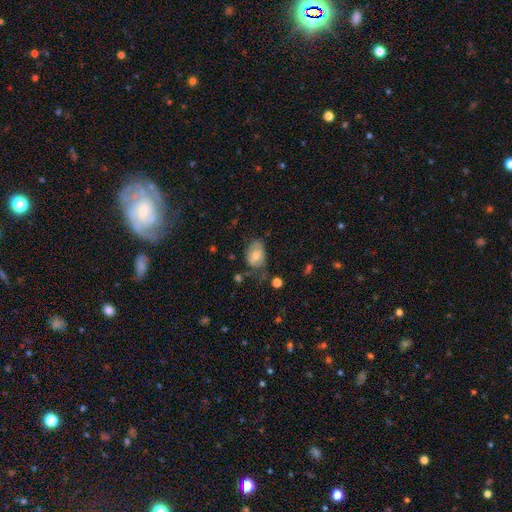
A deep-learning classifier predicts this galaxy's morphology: Smooth or featured? Predicted: smooth (p=0.62). How rounded? Predicted: in between (p=0.77). Merging? Predicted: none (p=0.46).